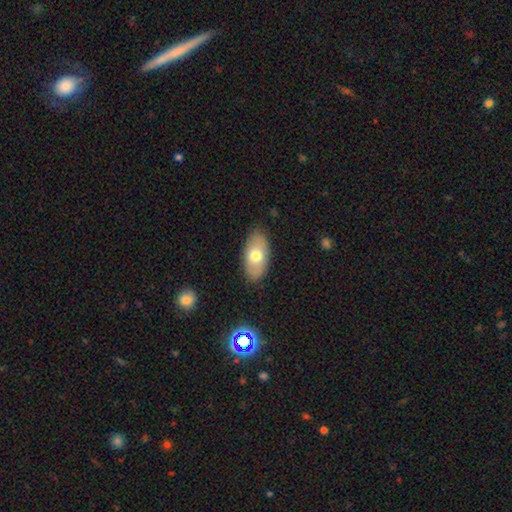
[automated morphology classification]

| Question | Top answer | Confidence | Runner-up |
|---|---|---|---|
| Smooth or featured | smooth | 68% | featured or disk (26%) |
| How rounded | in between | 93% | round (4%) |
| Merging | none | 84% | minor disturbance (12%) |